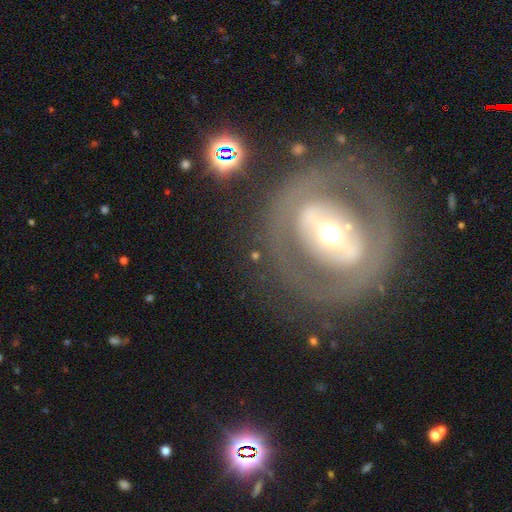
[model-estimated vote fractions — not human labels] A featured or disk galaxy (61%) with a strong bar (43%), no spiral arms (56%) and a moderate central bulge (65%).

Vote fractions:
- Smooth or featured? featured or disk: 61% / smooth: 24% / star or artifact: 15%
- Edge-on disk? no: 87% / yes: 13%
- Bar? strong: 43% / no: 31% / weak: 25%
- Spiral arms? no: 56% / yes: 44%
- Bulge size? moderate: 65% / large: 17% / small: 11% / dominant: 5% / none: 2%
- Merging? none: 75% / minor disturbance: 11% / major disturbance: 11% / merger: 3%